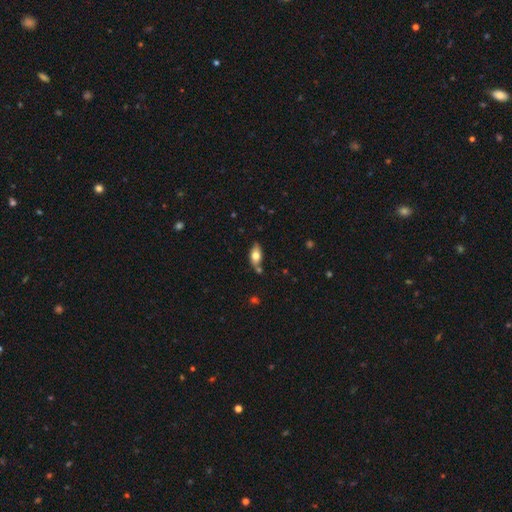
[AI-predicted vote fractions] Smooth or featured?
  - smooth: 66% *
  - featured or disk: 26%
  - star or artifact: 7%
How rounded?
  - in between: 85% *
  - cigar-shaped: 10%
  - round: 4%
Merging?
  - none: 69% *
  - minor disturbance: 18%
  - merger: 9%
  - major disturbance: 4%